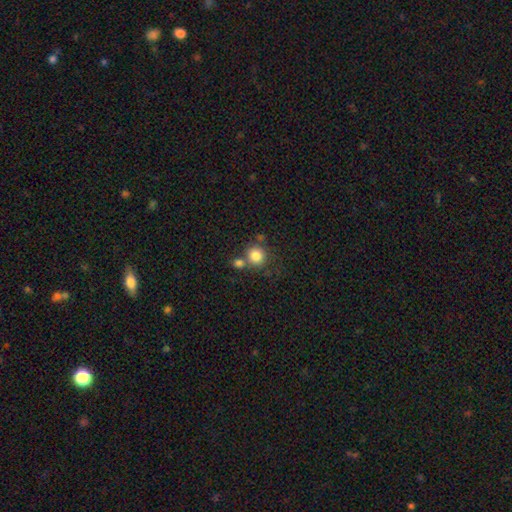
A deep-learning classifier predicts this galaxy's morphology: This appears to be a smooth galaxy with no disk features (83%) that is round (90%). Merging: none (60%).